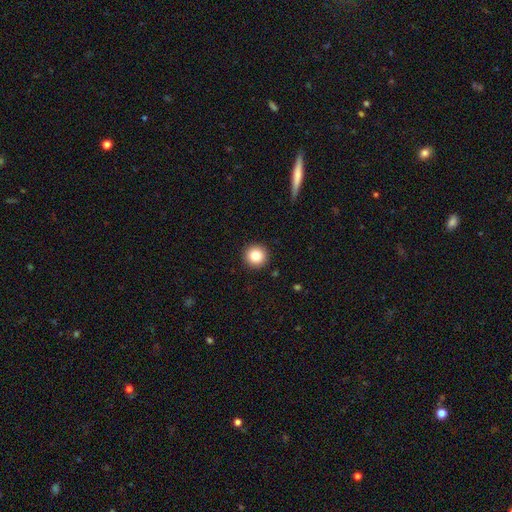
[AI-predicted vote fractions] Q: Smooth or featured?
A: smooth (84%); runner-up: star or artifact (10%)
Q: How rounded?
A: round (96%); runner-up: in between (3%)
Q: Merging?
A: none (92%); runner-up: minor disturbance (5%)